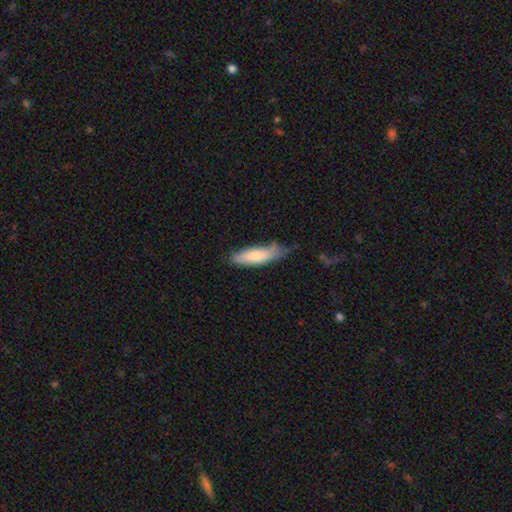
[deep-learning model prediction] A smooth galaxy with no disk features (76%) that is cigar-shaped (58%). Merging: none (57%).